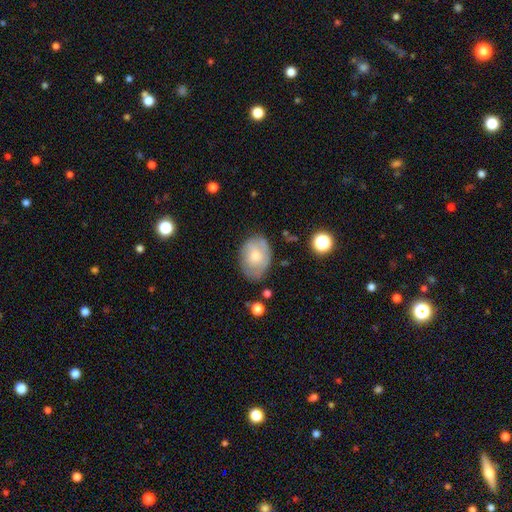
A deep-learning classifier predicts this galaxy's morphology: Overall: smooth (63%; featured or disk 30%). How rounded: in between (73%). Merging: none (67%).